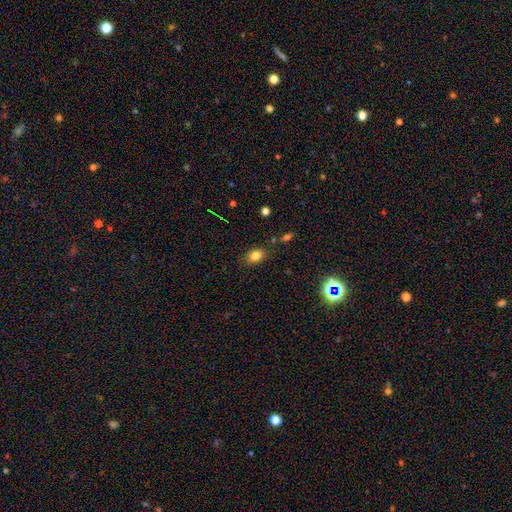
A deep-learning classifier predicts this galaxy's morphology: smooth 80%, star or artifact 12%, featured or disk 8%. Down the decision tree: how rounded — in between (72%); merging — none (80%).